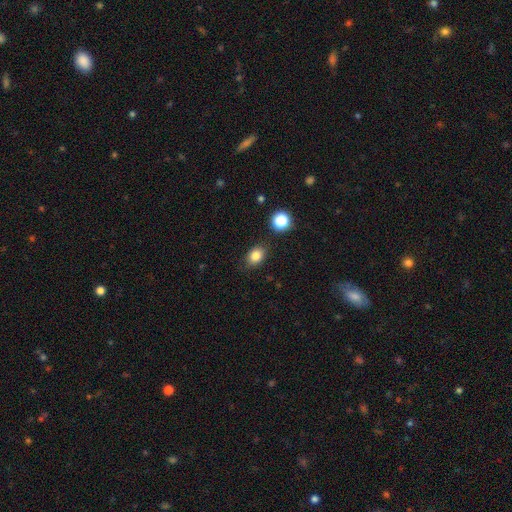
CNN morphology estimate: smooth 82%, star or artifact 11%, featured or disk 7%. Down the decision tree: how rounded — in between (68%); merging — none (83%).